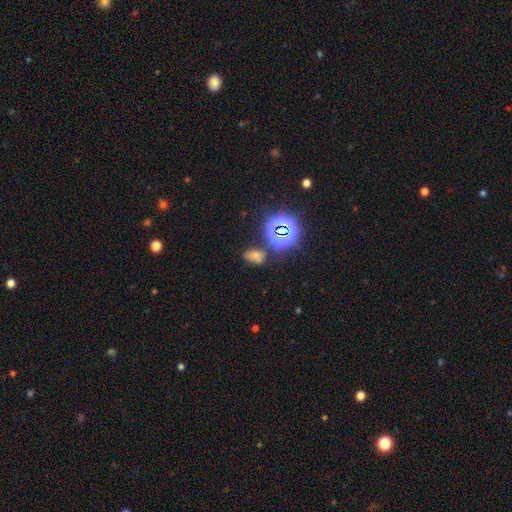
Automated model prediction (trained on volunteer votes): smooth-or-featured: smooth: 51% | star or artifact: 36% | featured or disk: 13%
  how-rounded: in between: 82% | round: 16% | cigar-shaped: 2%
  merging: none: 61% | minor disturbance: 19% | merger: 13% | major disturbance: 8%